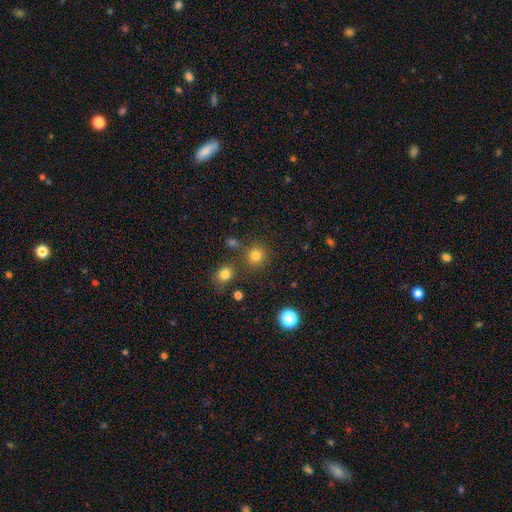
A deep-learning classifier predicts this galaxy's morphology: smooth 79%, star or artifact 15%, featured or disk 6%. Down the decision tree: how rounded — round (87%); merging — none (76%).